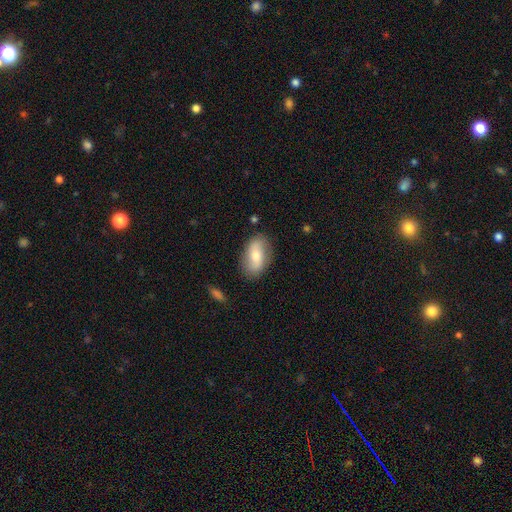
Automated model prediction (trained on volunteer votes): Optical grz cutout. It shows a smooth galaxy with no disk features (59%) that is in between round and cigar-shaped (90%). Merging: none (81%).